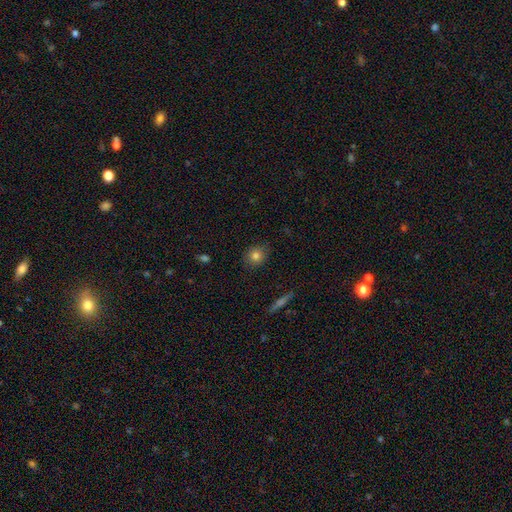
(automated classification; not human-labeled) Smooth or featured: smooth — 81% (star or artifact — 10%)
How rounded: round — 74% (in between — 24%)
Merging: none — 86% (minor disturbance — 11%)